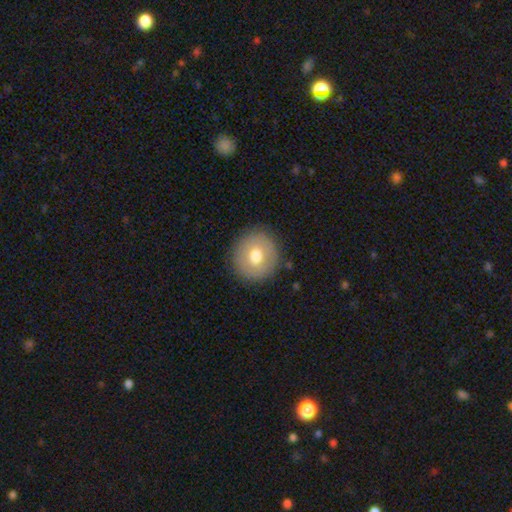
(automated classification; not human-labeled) Smooth or featured: smooth — 69% (featured or disk — 22%)
How rounded: round — 89% (in between — 10%)
Merging: none — 87% (minor disturbance — 9%)